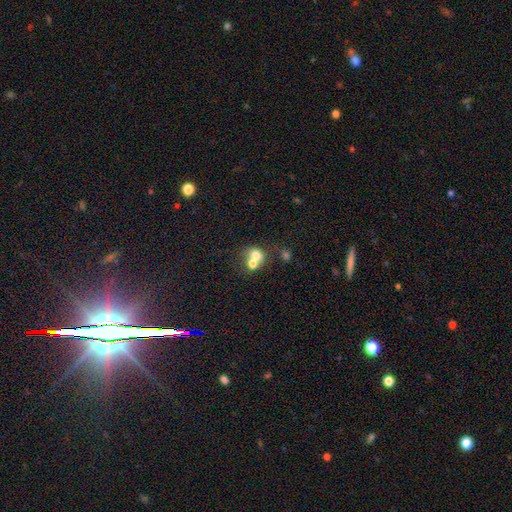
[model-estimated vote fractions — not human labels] This is likely a smooth galaxy (70%). How rounded: likely round (65%). Merging: possibly merger (60%).